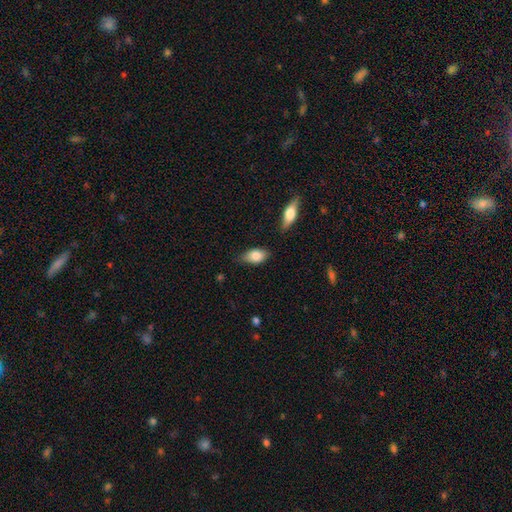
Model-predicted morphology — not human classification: The model was most divided on "merging": none: 70%, minor disturbance: 22%, major disturbance: 4%, merger: 3%. More confident: how rounded — in between (89%); smooth or featured — smooth (80%).